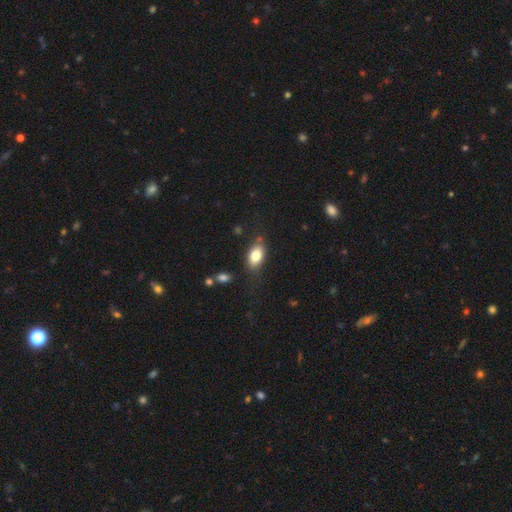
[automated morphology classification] smooth 80%, featured or disk 13%, star or artifact 7%. Down the decision tree: how rounded — in between (88%); merging — none (75%).